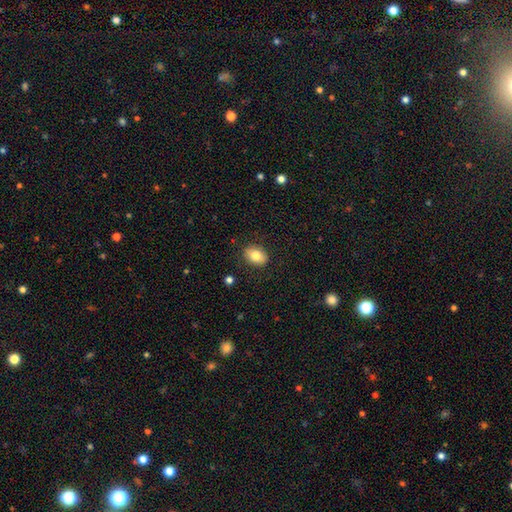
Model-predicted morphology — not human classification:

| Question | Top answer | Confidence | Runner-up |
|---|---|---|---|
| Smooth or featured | smooth | 79% | featured or disk (13%) |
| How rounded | in between | 77% | round (22%) |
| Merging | none | 86% | minor disturbance (10%) |